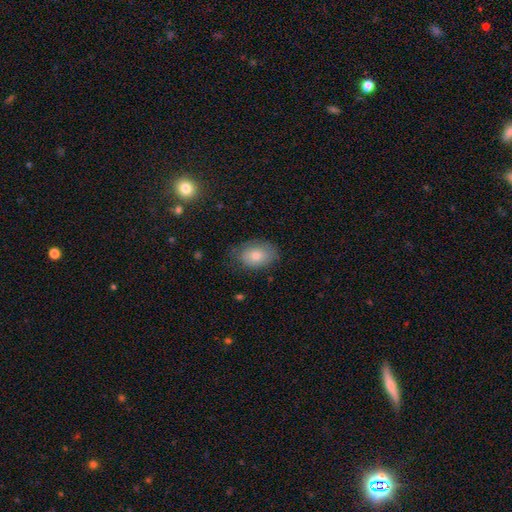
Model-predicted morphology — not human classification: A smooth galaxy with no disk features (73%) that is in between round and cigar-shaped (86%). Merging: none (70%).